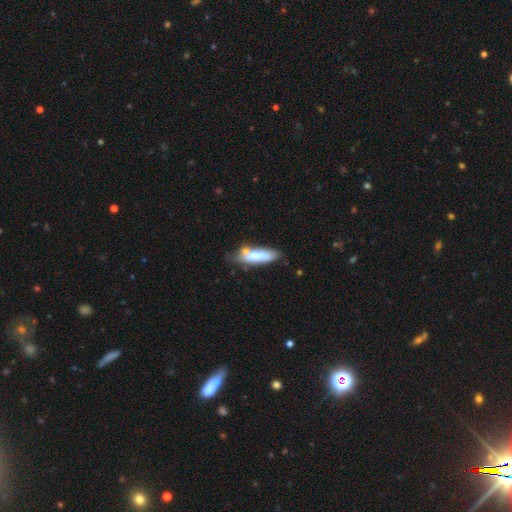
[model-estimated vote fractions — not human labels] smooth-or-featured: smooth: 72% | featured or disk: 22% | star or artifact: 6%
  how-rounded: cigar-shaped: 51% | in between: 48% | round: 2%
  merging: none: 49% | minor disturbance: 26% | merger: 17% | major disturbance: 8%